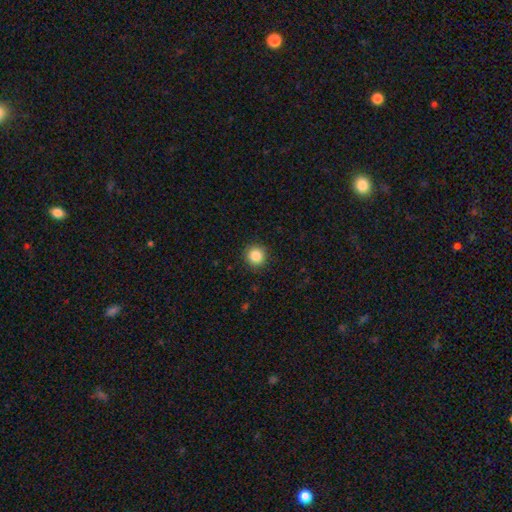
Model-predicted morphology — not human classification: Smooth or featured? smooth (86%)
How rounded? round (93%)
Merging? none (91%)